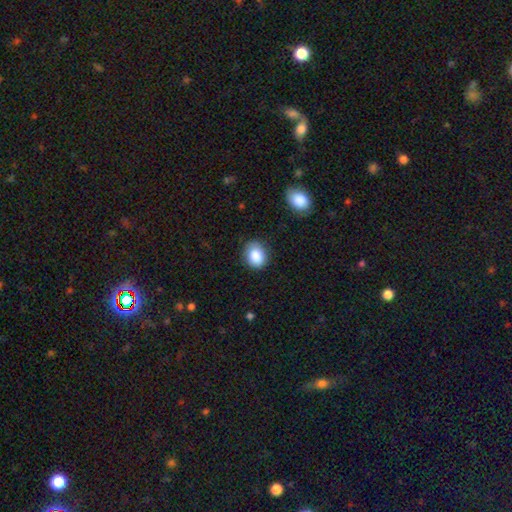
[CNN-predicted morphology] Smooth or featured: smooth — 86% (star or artifact — 8%)
How rounded: round — 58% (in between — 41%)
Merging: none — 81% (minor disturbance — 15%)